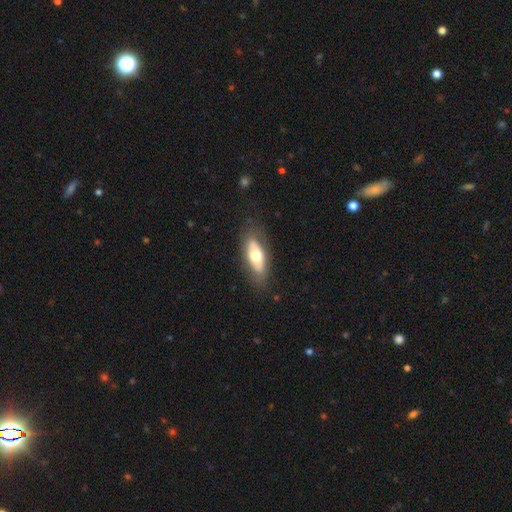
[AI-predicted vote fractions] Q: Smooth or featured?
A: smooth (51%); runner-up: featured or disk (43%)
Q: How rounded?
A: in between (79%); runner-up: cigar-shaped (17%)
Q: Merging?
A: none (77%); runner-up: minor disturbance (16%)